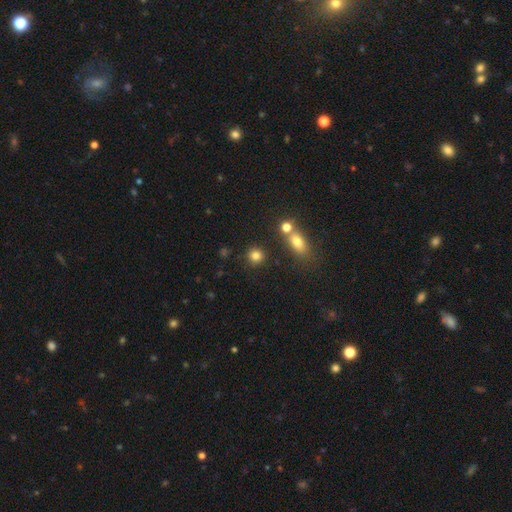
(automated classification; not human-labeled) Morphology: type=smooth (81%); roundness=round (88%); merging=none (81%).